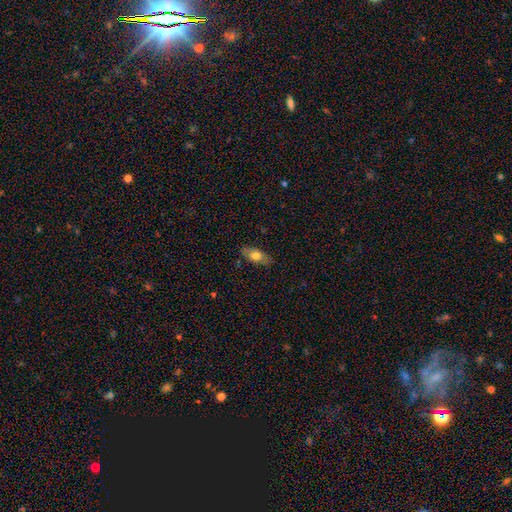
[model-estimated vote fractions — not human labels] smooth-or-featured: smooth: 68% | featured or disk: 25% | star or artifact: 7%
  how-rounded: in between: 85% | cigar-shaped: 11% | round: 4%
  merging: none: 83% | minor disturbance: 13% | major disturbance: 3% | merger: 1%